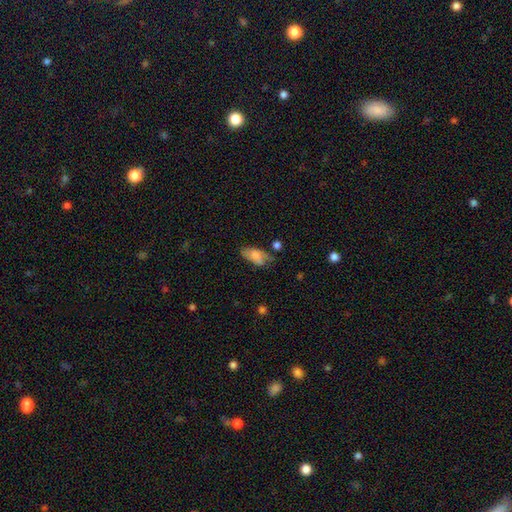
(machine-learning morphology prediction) Smooth or featured?
  - smooth: 74% *
  - featured or disk: 18%
  - star or artifact: 8%
How rounded?
  - in between: 90% *
  - cigar-shaped: 7%
  - round: 3%
Merging?
  - none: 57% *
  - minor disturbance: 29%
  - major disturbance: 9%
  - merger: 5%